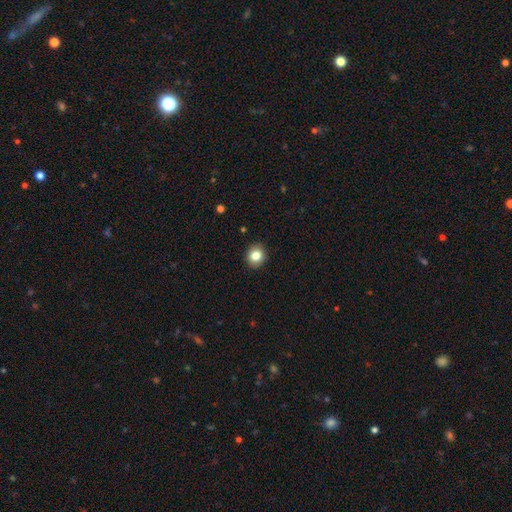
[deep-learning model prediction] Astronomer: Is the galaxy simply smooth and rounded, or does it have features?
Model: smooth — 83%.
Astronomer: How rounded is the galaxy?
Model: round — 78%.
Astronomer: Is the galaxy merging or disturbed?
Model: none — 91%.